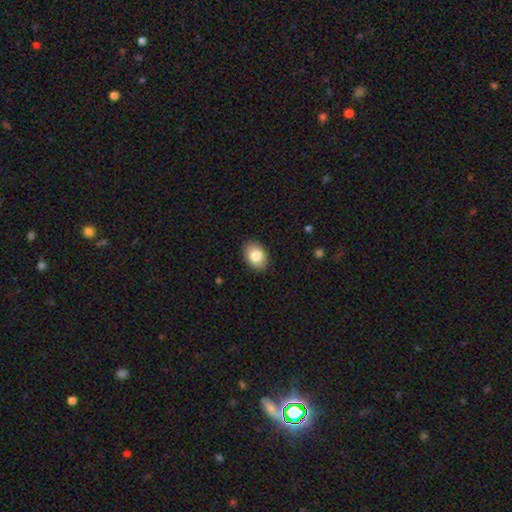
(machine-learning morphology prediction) Smooth or featured: smooth — 84% (featured or disk — 9%)
How rounded: in between — 83% (round — 16%)
Merging: none — 88% (minor disturbance — 9%)